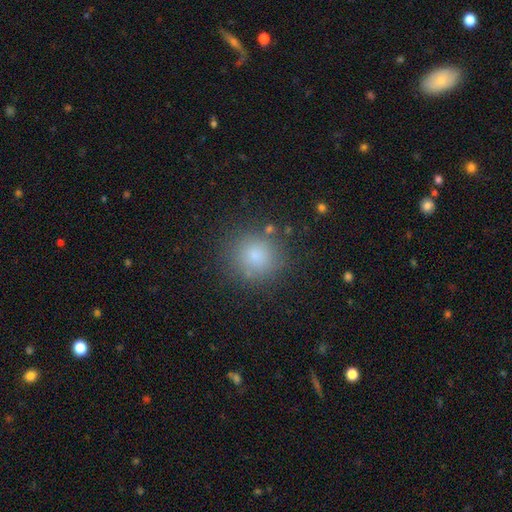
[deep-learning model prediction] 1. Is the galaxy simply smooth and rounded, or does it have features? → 81% smooth, 12% star or artifact, 7% featured or disk.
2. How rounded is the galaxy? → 90% round, 9% in between, 1% cigar-shaped.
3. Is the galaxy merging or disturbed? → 82% none, 11% minor disturbance, 4% major disturbance, 3% merger.